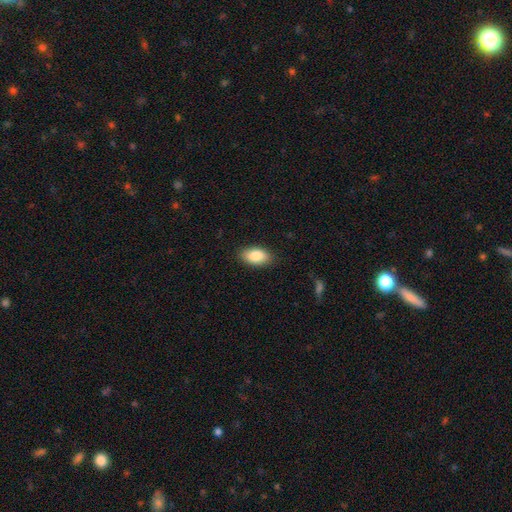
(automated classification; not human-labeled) Q: Smooth or featured?
A: smooth (86%); runner-up: featured or disk (7%)
Q: How rounded?
A: in between (93%); runner-up: round (4%)
Q: Merging?
A: none (87%); runner-up: minor disturbance (10%)